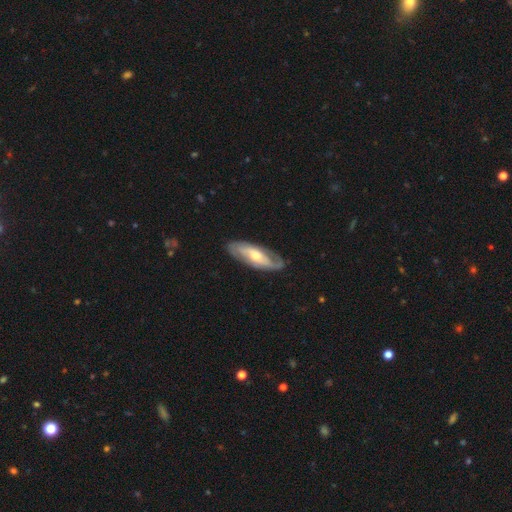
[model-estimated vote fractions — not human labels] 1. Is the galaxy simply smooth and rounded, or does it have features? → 72% featured or disk, 23% smooth, 5% star or artifact.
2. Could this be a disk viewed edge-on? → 85% no, 15% yes.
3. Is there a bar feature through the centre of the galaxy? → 49% no, 32% weak, 19% strong.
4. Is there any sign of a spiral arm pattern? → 83% yes, 17% no.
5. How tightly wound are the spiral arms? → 38% medium, 37% tight, 25% loose.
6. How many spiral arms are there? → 73% 2, 17% can't tell, 6% 1, 2% 3, 1% 4, 1% more than 4.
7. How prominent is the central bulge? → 55% moderate, 40% small, 3% large, 1% none, 1% dominant.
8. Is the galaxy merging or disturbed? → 79% none, 15% minor disturbance, 5% major disturbance, 1% merger.